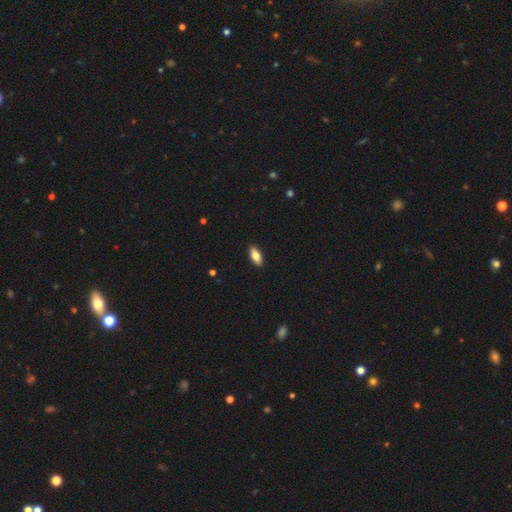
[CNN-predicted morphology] Smooth or featured?
  - smooth: 75% *
  - featured or disk: 18%
  - star or artifact: 6%
How rounded?
  - in between: 83% *
  - cigar-shaped: 15%
  - round: 3%
Merging?
  - none: 91% *
  - minor disturbance: 7%
  - major disturbance: 1%
  - merger: 1%